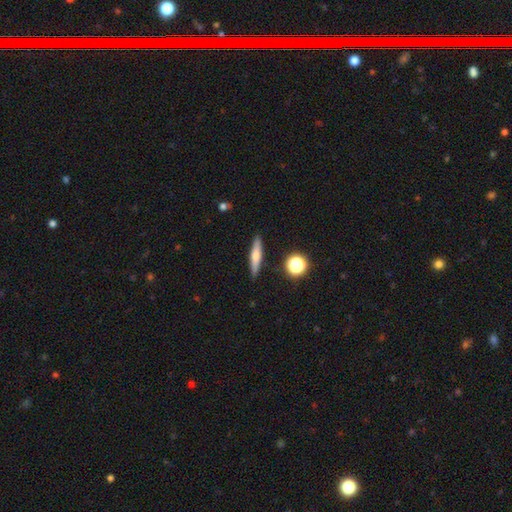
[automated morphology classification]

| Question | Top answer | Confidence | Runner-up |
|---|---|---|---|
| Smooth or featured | smooth | 56% | featured or disk (36%) |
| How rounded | cigar-shaped | 85% | in between (11%) |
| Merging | none | 89% | minor disturbance (8%) |